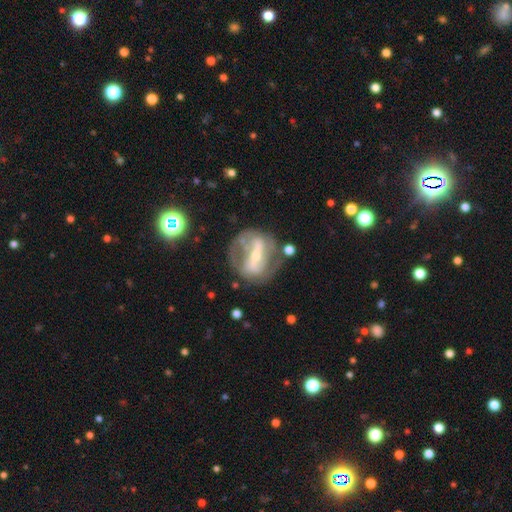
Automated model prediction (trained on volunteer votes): A featured or disk galaxy (77%) with a strong bar (63%), spiral arms (64%) and a small central bulge (54%). Merging: none (59%).